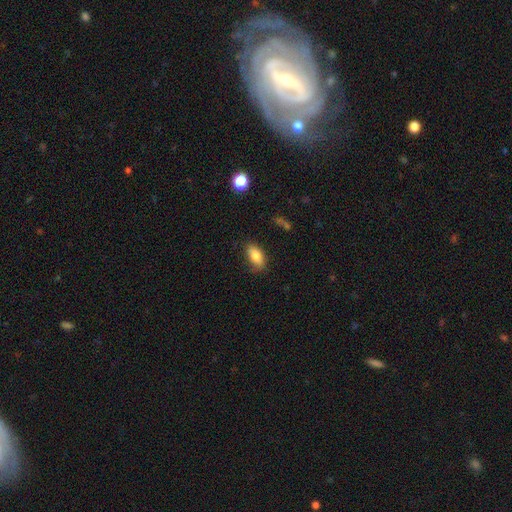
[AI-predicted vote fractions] Overall: smooth (80%). How rounded: in between (86%). Merging: none (76%).